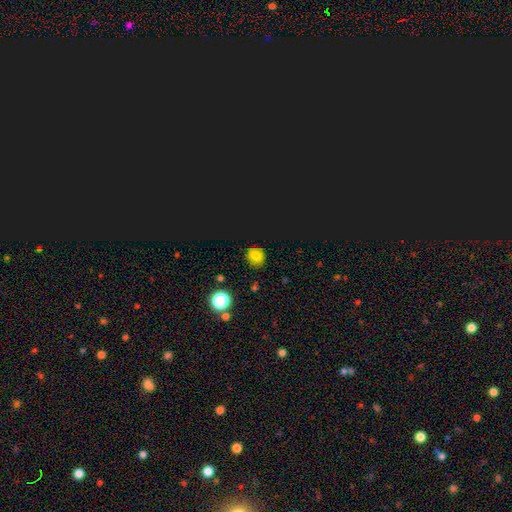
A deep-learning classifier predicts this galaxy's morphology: This is likely a smooth galaxy (70%). How rounded: likely round (79%). Merging: clearly none (81%).